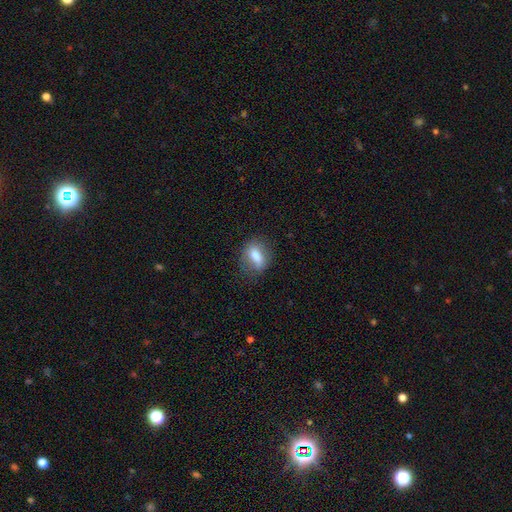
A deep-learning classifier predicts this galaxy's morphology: Smooth or featured?
  - smooth: 73% *
  - featured or disk: 18%
  - star or artifact: 9%
How rounded?
  - in between: 72% *
  - round: 18%
  - cigar-shaped: 10%
Merging?
  - none: 72% *
  - minor disturbance: 19%
  - major disturbance: 7%
  - merger: 2%